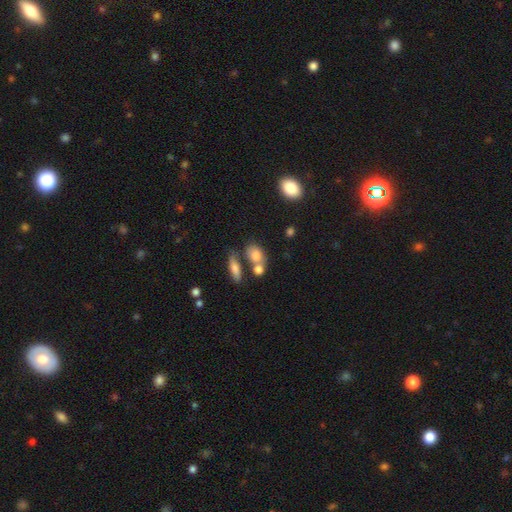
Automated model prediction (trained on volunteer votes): This is likely a smooth galaxy (74%). How rounded: likely in between (62%). Merging: marginally none (43%).